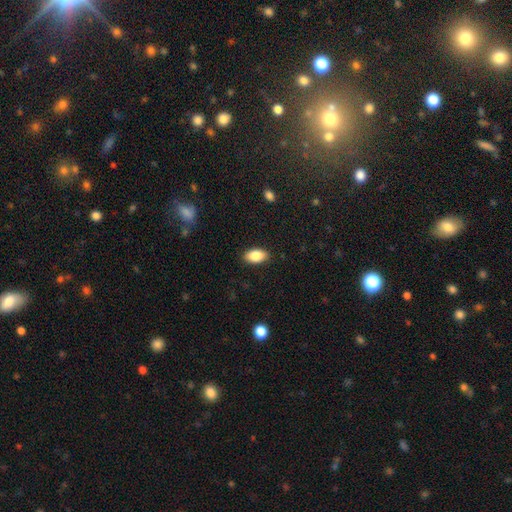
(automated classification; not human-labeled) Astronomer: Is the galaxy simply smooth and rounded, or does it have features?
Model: smooth — 86%.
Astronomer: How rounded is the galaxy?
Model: in between — 93%.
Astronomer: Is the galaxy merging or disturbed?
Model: none — 88%.